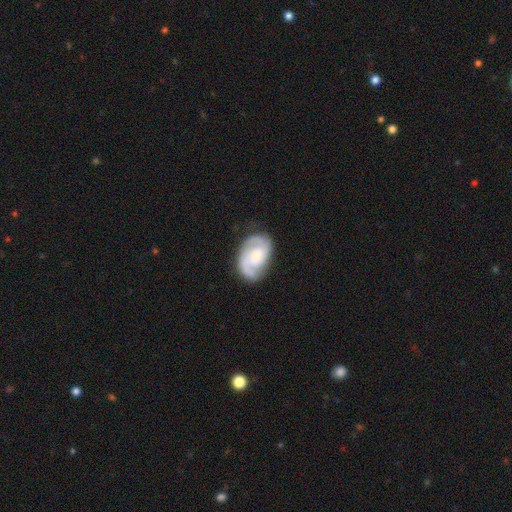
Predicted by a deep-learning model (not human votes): Q: Smooth or featured?
A: featured or disk (82%); runner-up: smooth (13%)
Q: Edge-on disk?
A: no (97%); runner-up: yes (3%)
Q: Bar?
A: no (58%); runner-up: weak (35%)
Q: Spiral arms?
A: yes (96%); runner-up: no (4%)
Q: Spiral winding?
A: medium (46%); runner-up: tight (39%)
Q: Spiral arm count?
A: 2 (78%); runner-up: can't tell (8%)
Q: Bulge size?
A: moderate (46%); runner-up: small (43%)
Q: Merging?
A: none (74%); runner-up: minor disturbance (18%)